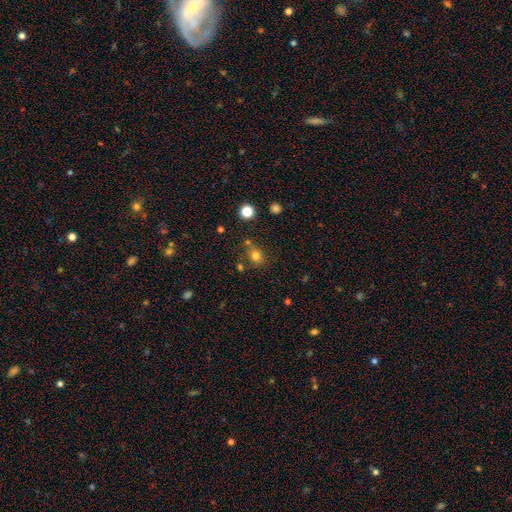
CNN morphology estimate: A smooth galaxy with no disk features (76%) that is round (69%).

Vote fractions:
- Smooth or featured? smooth: 76% / star or artifact: 16% / featured or disk: 8%
- How rounded? round: 69% / in between: 30% / cigar-shaped: 1%
- Merging? none: 68% / minor disturbance: 14% / merger: 14% / major disturbance: 5%